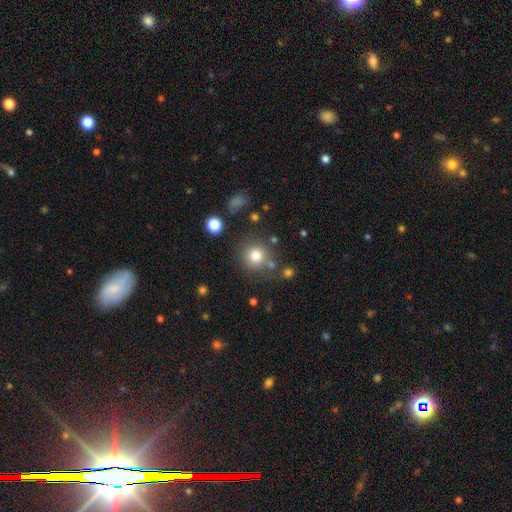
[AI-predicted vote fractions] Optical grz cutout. It shows a smooth galaxy with no disk features (79%) that is round (92%). Merging: none (77%).